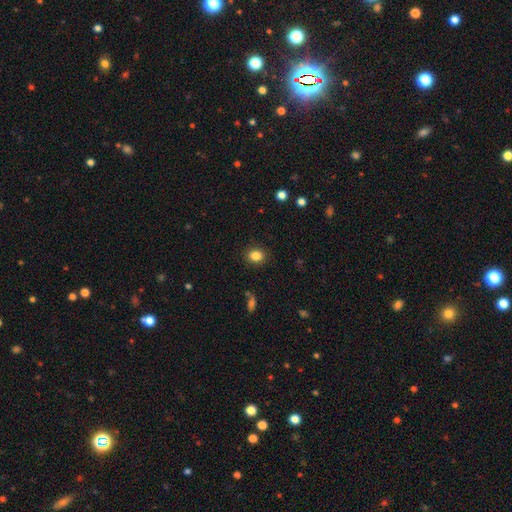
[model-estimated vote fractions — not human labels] smooth 85%, star or artifact 11%, featured or disk 5%. Down the decision tree: how rounded — round (58%); merging — none (88%).